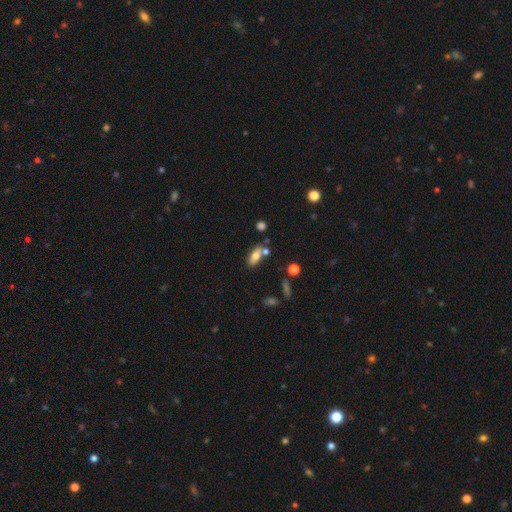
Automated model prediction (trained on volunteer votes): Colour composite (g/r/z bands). It shows a smooth galaxy with no disk features (72%) that is in between round and cigar-shaped (81%). Merging: none (59%).